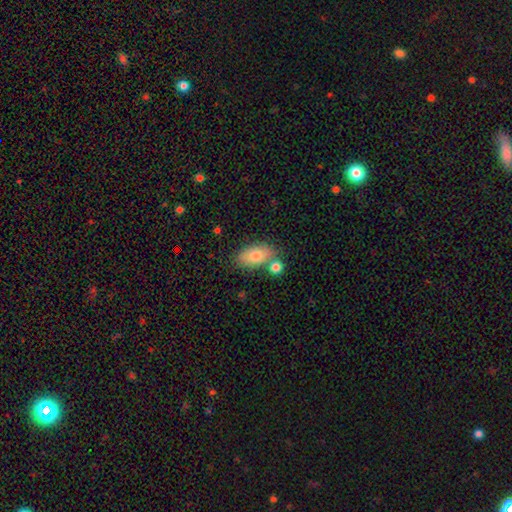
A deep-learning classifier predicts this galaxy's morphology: smooth-or-featured: smooth: 78% | featured or disk: 14% | star or artifact: 7%
  how-rounded: in between: 91% | round: 7% | cigar-shaped: 3%
  merging: none: 61% | merger: 20% | minor disturbance: 15% | major disturbance: 4%